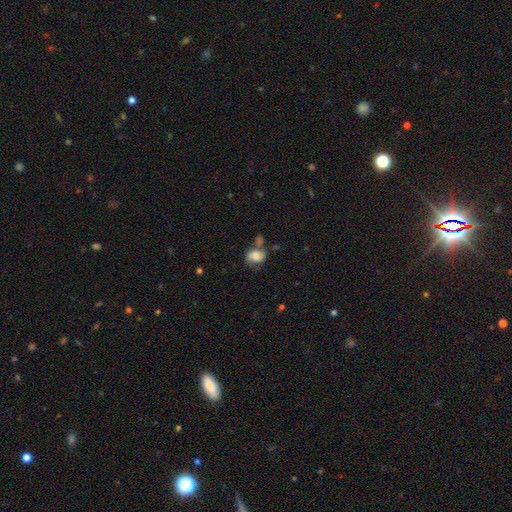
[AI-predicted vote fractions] A smooth galaxy with no disk features (64%) that is in between round and cigar-shaped (62%).

Vote fractions:
- Smooth or featured? smooth: 64% / featured or disk: 26% / star or artifact: 10%
- How rounded? in between: 62% / round: 37% / cigar-shaped: 1%
- Merging? none: 38% / minor disturbance: 25% / merger: 21% / major disturbance: 16%